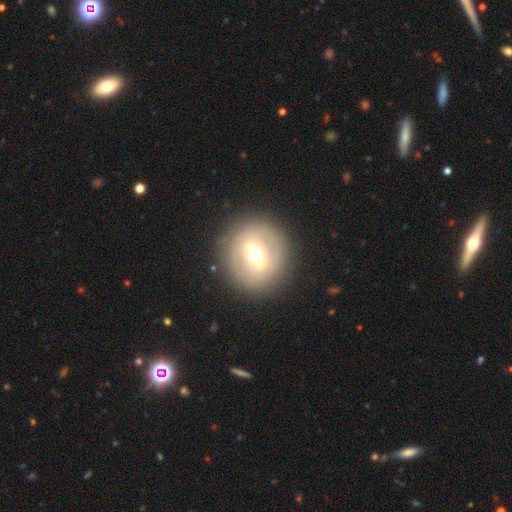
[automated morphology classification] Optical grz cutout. It shows a featured or disk galaxy (54%). Merging: none (86%).